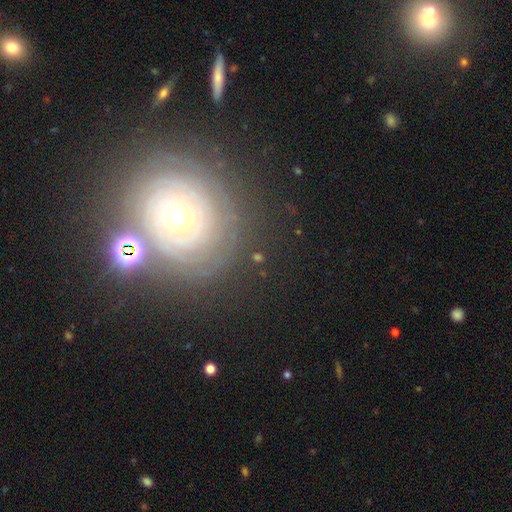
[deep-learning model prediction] Smooth or featured? featured or disk (67%)
Edge-on disk? no (96%)
Bar? no (84%)
Spiral arms? yes (80%)
Spiral winding? tight (85%)
Spiral arm count? can't tell (48%)
Bulge size? small (49%)
Merging? none (77%)